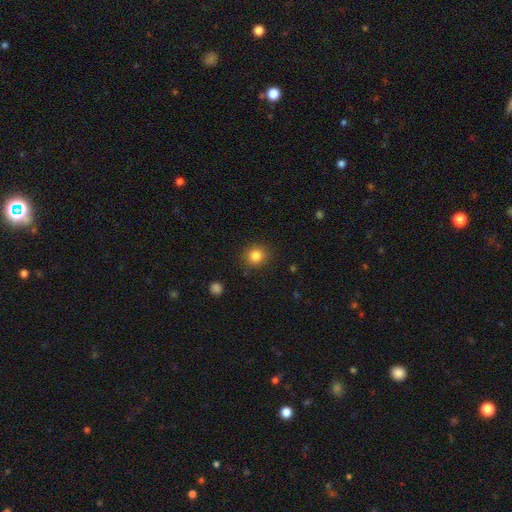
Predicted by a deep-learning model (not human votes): A smooth galaxy with no disk features (84%) that is round (89%).

Vote fractions:
- Smooth or featured? smooth: 84% / star or artifact: 11% / featured or disk: 5%
- How rounded? round: 89% / in between: 10% / cigar-shaped: 1%
- Merging? none: 88% / minor disturbance: 8% / major disturbance: 3% / merger: 1%